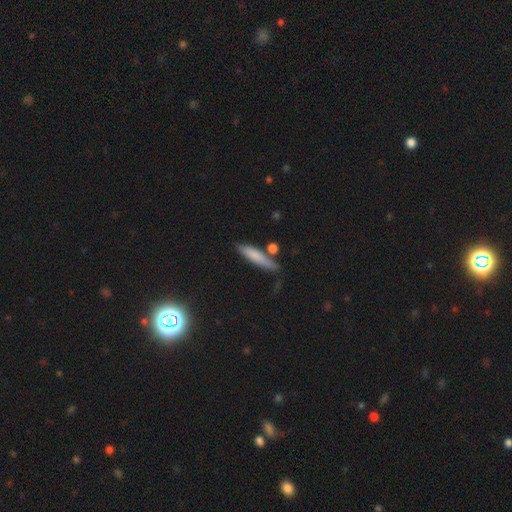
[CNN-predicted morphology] Q: Smooth or featured?
A: smooth (76%); runner-up: featured or disk (17%)
Q: How rounded?
A: cigar-shaped (81%); runner-up: in between (17%)
Q: Merging?
A: none (72%); runner-up: minor disturbance (17%)